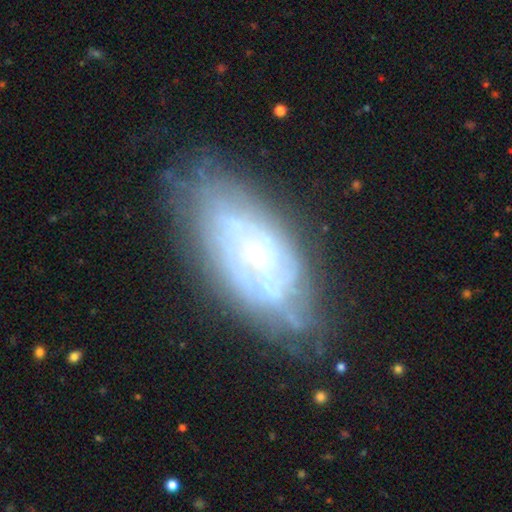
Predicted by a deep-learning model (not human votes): Smooth or featured: featured or disk — 71% (smooth — 20%)
Edge-on disk: no — 90% (yes — 10%)
Bar: no — 72% (weak — 22%)
Spiral arms: yes — 73% (no — 27%)
Bulge size: small — 66% (none — 16%)
Merging: none — 66% (minor disturbance — 22%)